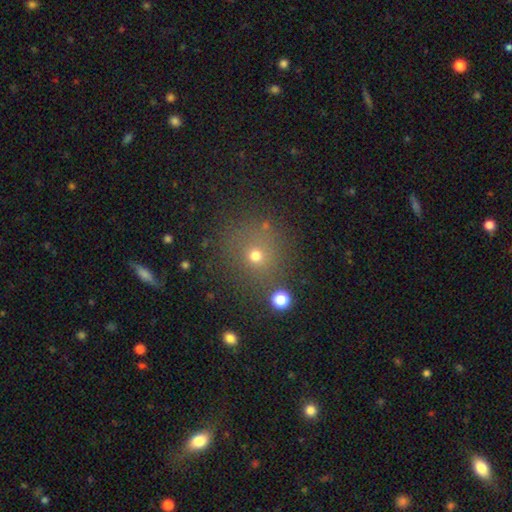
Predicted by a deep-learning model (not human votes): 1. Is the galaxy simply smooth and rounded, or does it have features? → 66% smooth, 23% star or artifact, 11% featured or disk.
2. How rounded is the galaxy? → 87% round, 12% in between, 1% cigar-shaped.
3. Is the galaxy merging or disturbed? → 78% none, 11% minor disturbance, 5% merger, 5% major disturbance.